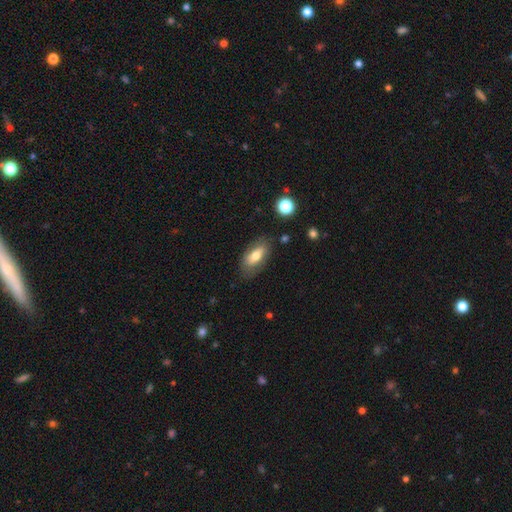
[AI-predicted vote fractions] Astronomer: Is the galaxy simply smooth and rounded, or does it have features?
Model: smooth — 66%.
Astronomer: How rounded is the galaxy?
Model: in between — 85%.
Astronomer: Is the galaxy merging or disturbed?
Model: none — 76%.